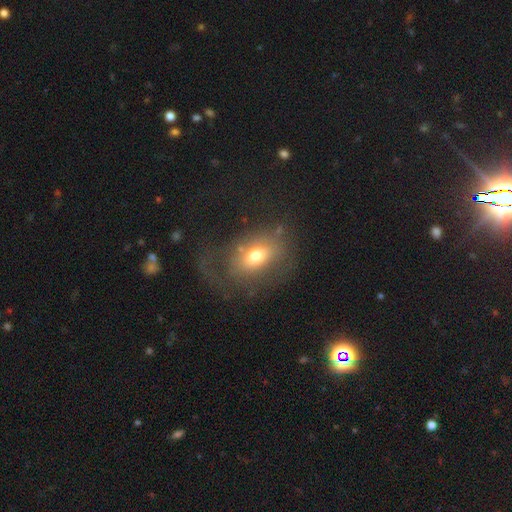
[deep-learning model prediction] A smooth galaxy with no disk features (60%) that is in between round and cigar-shaped (79%).

Vote fractions:
- Smooth or featured? smooth: 60% / featured or disk: 30% / star or artifact: 10%
- How rounded? in between: 79% / round: 19% / cigar-shaped: 2%
- Merging? none: 44% / major disturbance: 31% / minor disturbance: 21% / merger: 3%